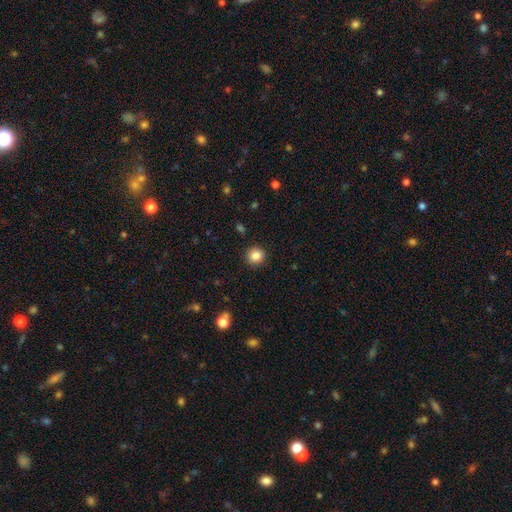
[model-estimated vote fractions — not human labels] Smooth or featured? smooth (85%)
How rounded? round (92%)
Merging? none (92%)